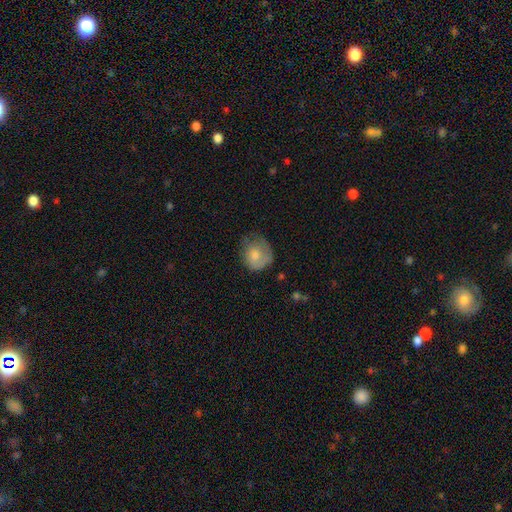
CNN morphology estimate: smooth 71%, featured or disk 22%, star or artifact 7%. Down the decision tree: how rounded — round (71%); merging — none (45%).